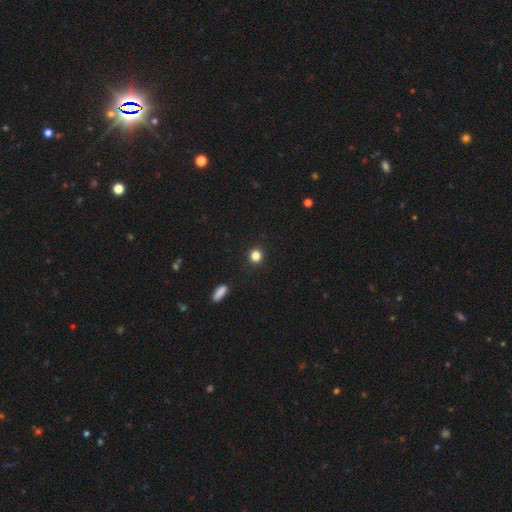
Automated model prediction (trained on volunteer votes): This appears to be a smooth galaxy with no disk features (83%) that is round (89%). Merging: none (91%).